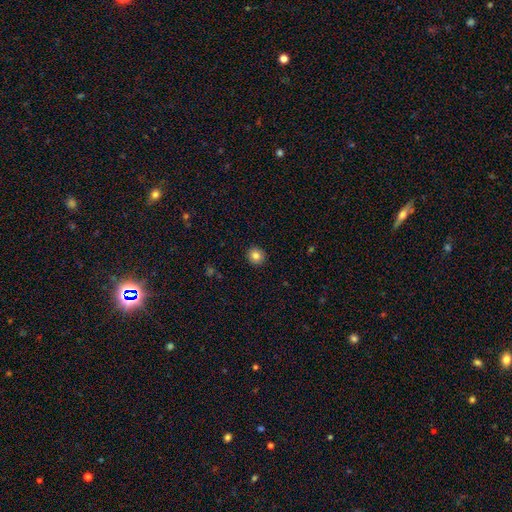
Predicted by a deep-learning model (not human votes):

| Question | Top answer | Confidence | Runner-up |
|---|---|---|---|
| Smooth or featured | smooth | 83% | star or artifact (10%) |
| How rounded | round | 93% | in between (6%) |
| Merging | none | 92% | minor disturbance (5%) |